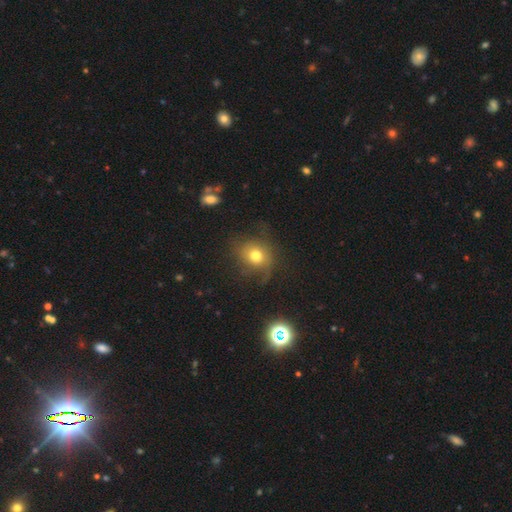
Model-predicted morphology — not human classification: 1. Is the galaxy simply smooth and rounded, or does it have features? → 67% smooth, 18% featured or disk, 15% star or artifact.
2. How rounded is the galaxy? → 74% round, 24% in between, 1% cigar-shaped.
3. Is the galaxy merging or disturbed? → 61% none, 20% minor disturbance, 16% major disturbance, 2% merger.